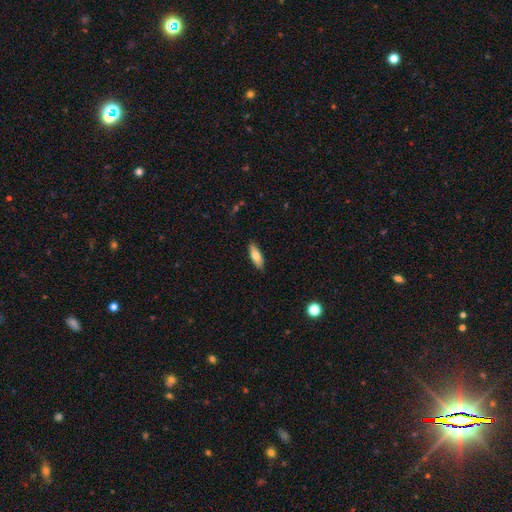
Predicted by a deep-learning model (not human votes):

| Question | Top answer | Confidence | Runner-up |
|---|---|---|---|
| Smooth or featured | smooth | 75% | featured or disk (19%) |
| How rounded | in between | 63% | cigar-shaped (35%) |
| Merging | none | 87% | minor disturbance (10%) |